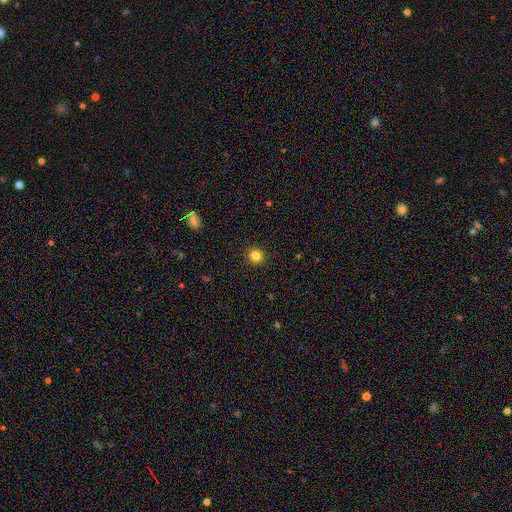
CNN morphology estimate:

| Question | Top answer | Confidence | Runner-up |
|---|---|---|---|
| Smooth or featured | smooth | 82% | star or artifact (13%) |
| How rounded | round | 90% | in between (9%) |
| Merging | none | 92% | minor disturbance (5%) |